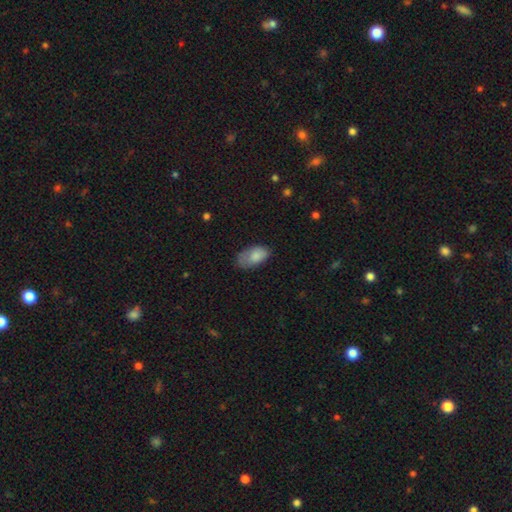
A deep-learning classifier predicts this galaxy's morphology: Overall: smooth (81%). How rounded: in between (94%). Merging: none (53%; minor disturbance 33%).